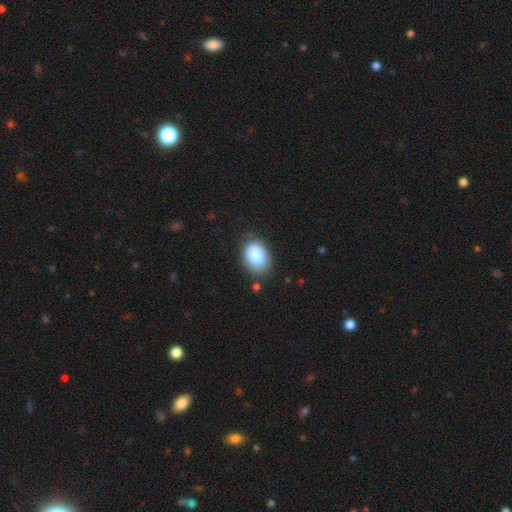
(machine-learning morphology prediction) Smooth or featured? Predicted: smooth (p=0.86). How rounded? Predicted: in between (p=0.82). Merging? Predicted: none (p=0.73).